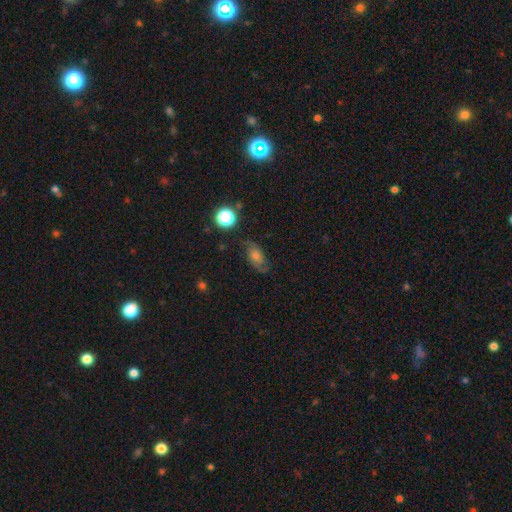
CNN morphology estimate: The model was most divided on "smooth or featured": featured or disk: 47%, smooth: 33%, star or artifact: 20%. More confident: merging — none (72%).